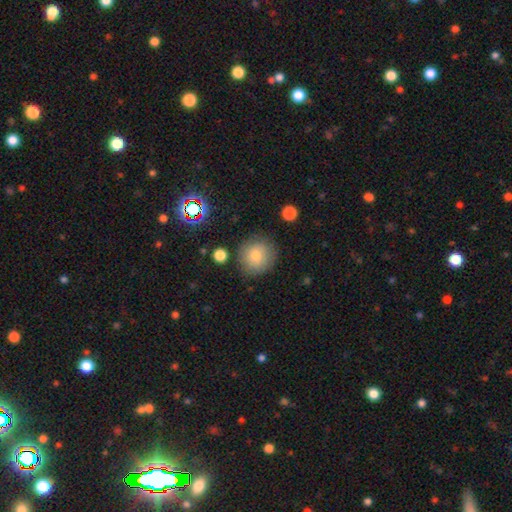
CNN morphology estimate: Smooth or featured: smooth — 75% (star or artifact — 12%)
How rounded: round — 91% (in between — 8%)
Merging: none — 83% (minor disturbance — 11%)